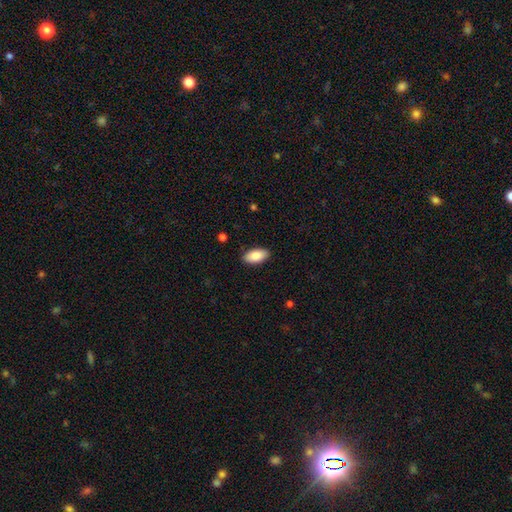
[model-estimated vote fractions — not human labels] smooth-or-featured: smooth: 87% | featured or disk: 6% | star or artifact: 6%
  how-rounded: in between: 94% | cigar-shaped: 4% | round: 2%
  merging: none: 89% | minor disturbance: 8% | major disturbance: 2% | merger: 1%